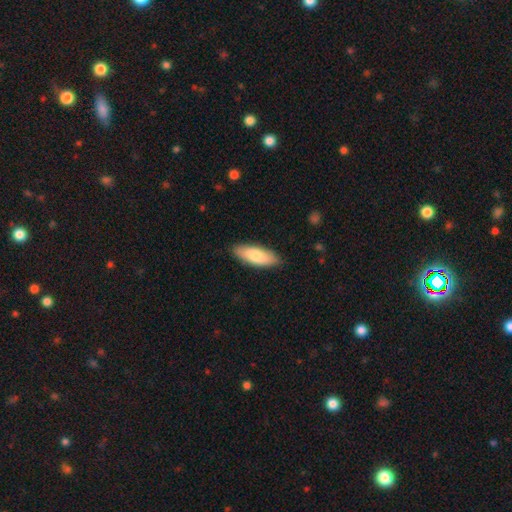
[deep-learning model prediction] smooth_or_featured: smooth (p=0.79) [alt: featured or disk p=0.16]
how_rounded: in between (p=0.70) [alt: cigar-shaped p=0.29]
merging: none (p=0.87) [alt: minor disturbance p=0.10]